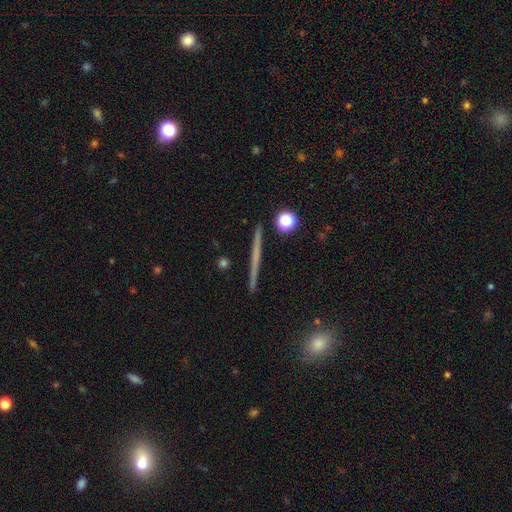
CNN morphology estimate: A featured or disk galaxy (62%) viewed edge-on (98%) with no central bulge (79%).

Vote fractions:
- Smooth or featured? featured or disk: 62% / smooth: 29% / star or artifact: 9%
- Edge-on disk? yes: 98% / no: 2%
- Edge-on bulge? none: 79% / rounded: 16% / boxy: 5%
- Merging? none: 92% / minor disturbance: 5% / merger: 1% / major disturbance: 1%